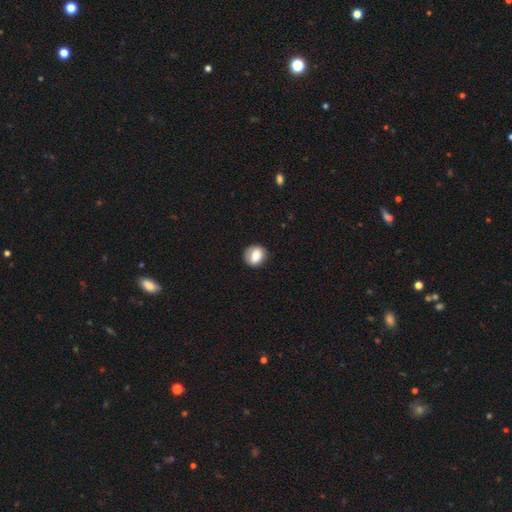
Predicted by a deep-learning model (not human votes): smooth 79%, featured or disk 13%, star or artifact 8%. Down the decision tree: how rounded — round (73%); merging — none (80%).